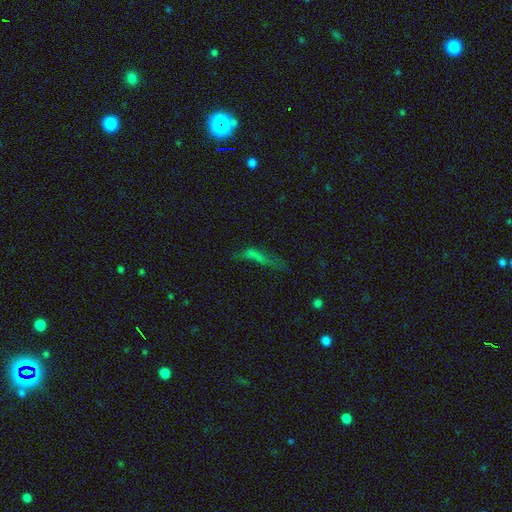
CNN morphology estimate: type=smooth (52%); roundness=cigar-shaped (68%); merging=none (37%).